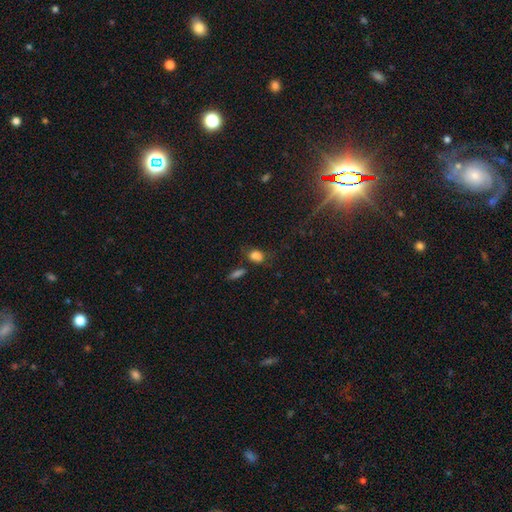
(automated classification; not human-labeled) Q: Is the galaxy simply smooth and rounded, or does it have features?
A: smooth — 79%.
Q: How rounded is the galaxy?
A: in between — 68%.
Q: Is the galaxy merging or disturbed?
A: none — 53%.